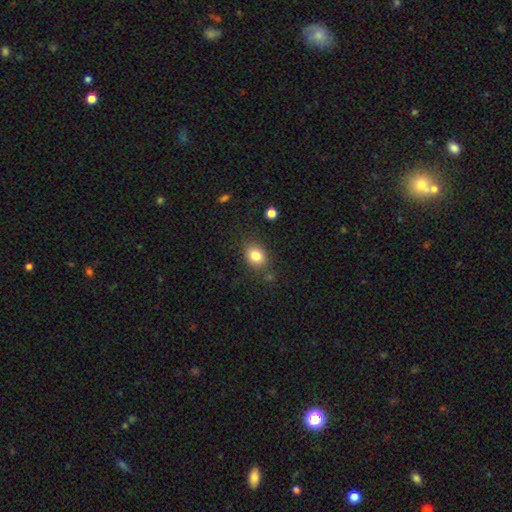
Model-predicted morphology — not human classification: smooth-or-featured: smooth: 83% | star or artifact: 10% | featured or disk: 7%
  how-rounded: in between: 51% | round: 48% | cigar-shaped: 1%
  merging: none: 78% | minor disturbance: 14% | major disturbance: 4% | merger: 4%